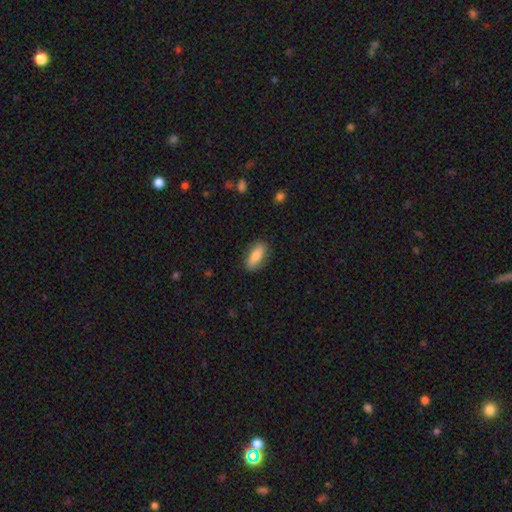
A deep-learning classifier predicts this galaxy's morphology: smooth_or_featured: smooth (p=0.76) [alt: featured or disk p=0.18]
how_rounded: in between (p=0.76) [alt: cigar-shaped p=0.21]
merging: none (p=0.81) [alt: minor disturbance p=0.14]